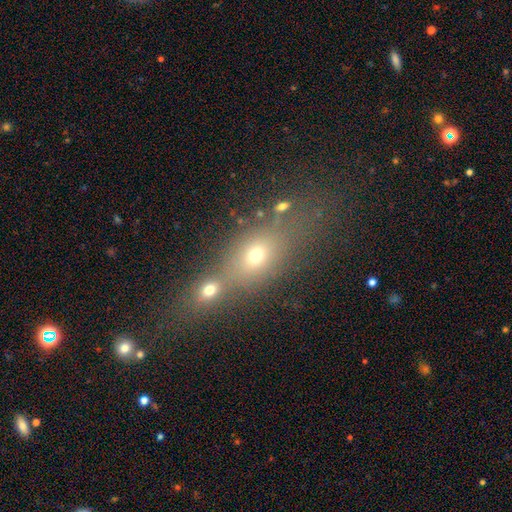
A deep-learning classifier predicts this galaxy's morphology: A smooth galaxy with no disk features (56%) that is in between round and cigar-shaped (51%).

Vote fractions:
- Smooth or featured? smooth: 56% / star or artifact: 22% / featured or disk: 22%
- How rounded? in between: 51% / round: 28% / cigar-shaped: 21%
- Merging? merger: 45% / none: 40% / minor disturbance: 9% / major disturbance: 6%